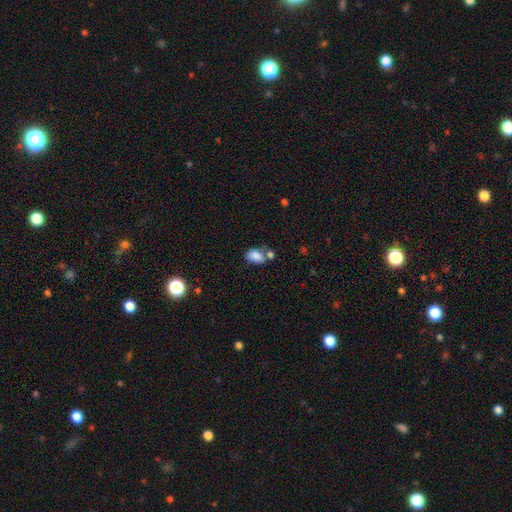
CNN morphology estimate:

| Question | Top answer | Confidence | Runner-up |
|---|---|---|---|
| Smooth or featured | smooth | 83% | star or artifact (9%) |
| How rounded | in between | 85% | round (13%) |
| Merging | none | 46% | merger (29%) |